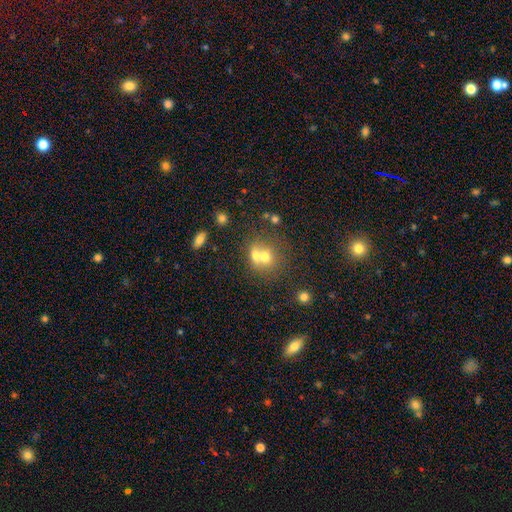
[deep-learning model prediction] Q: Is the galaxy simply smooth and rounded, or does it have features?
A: smooth — 64%.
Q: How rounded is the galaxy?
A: round — 67%.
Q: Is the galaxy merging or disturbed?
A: merger — 61%.